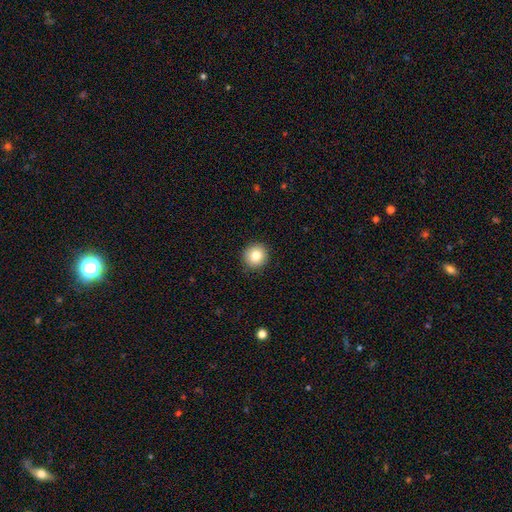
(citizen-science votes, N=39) This is clearly a smooth galaxy (87%). How rounded: clearly round (91%). Merging: clearly none (89%).